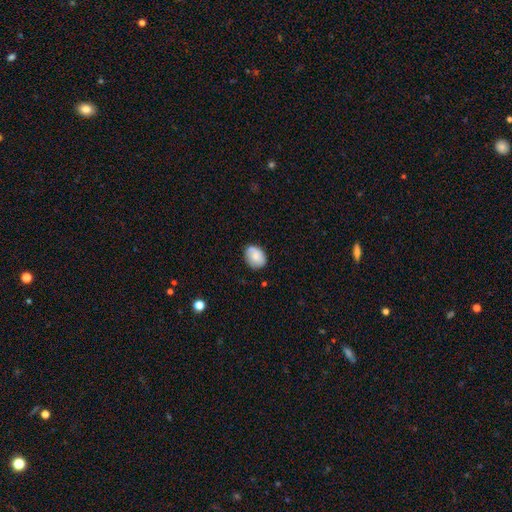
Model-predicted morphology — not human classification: Q: Smooth or featured?
A: smooth (75%); runner-up: featured or disk (18%)
Q: How rounded?
A: in between (63%); runner-up: round (36%)
Q: Merging?
A: none (72%); runner-up: minor disturbance (22%)